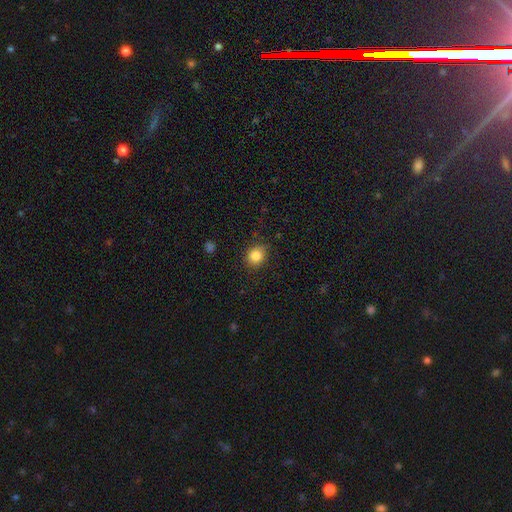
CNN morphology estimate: smooth-or-featured: smooth: 83% | star or artifact: 11% | featured or disk: 6%
  how-rounded: round: 77% | in between: 22% | cigar-shaped: 1%
  merging: none: 80% | minor disturbance: 15% | major disturbance: 3% | merger: 1%